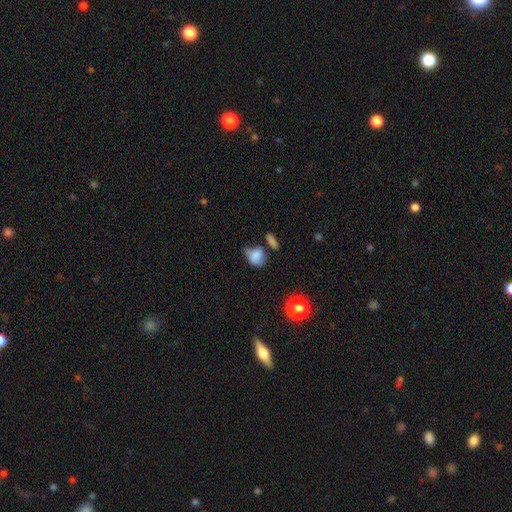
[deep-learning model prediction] This is likely a smooth galaxy (77%). How rounded: possibly in between (58%). Merging: marginally none (35%).